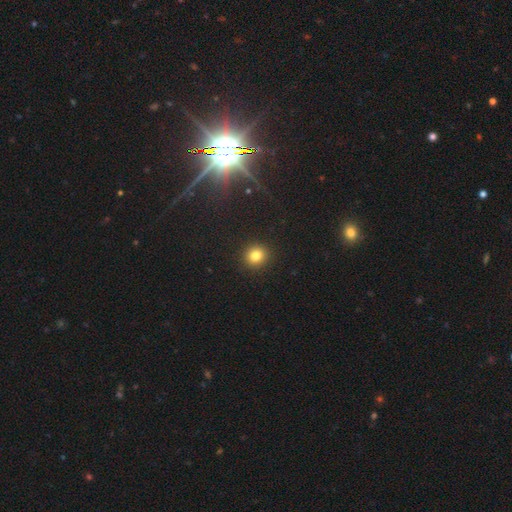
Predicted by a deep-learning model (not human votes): Smooth or featured? Predicted: smooth (p=0.82). How rounded? Predicted: round (p=0.87). Merging? Predicted: none (p=0.92).